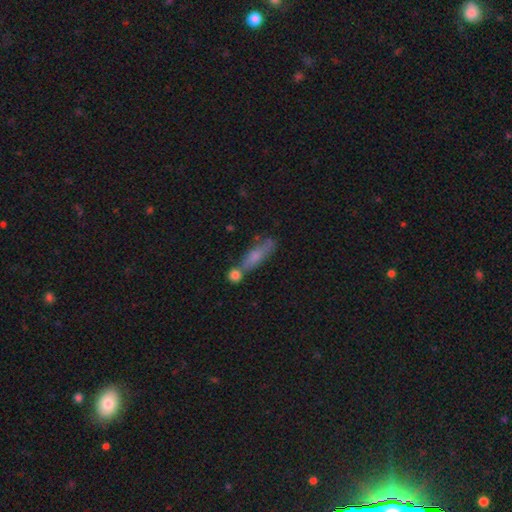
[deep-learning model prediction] This is likely a smooth galaxy (69%). How rounded: possibly cigar-shaped (55%). Merging: possibly none (47%).